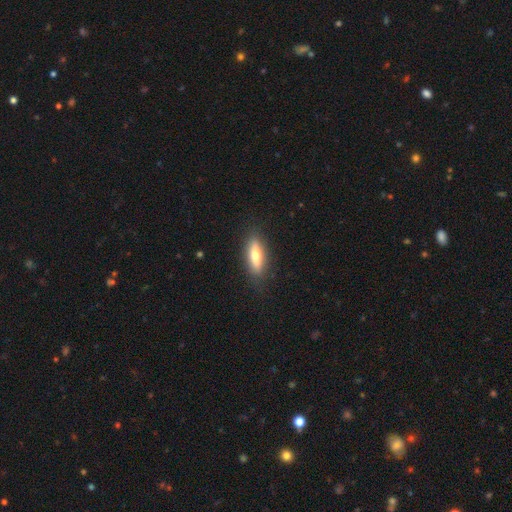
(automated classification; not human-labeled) This appears to be a smooth galaxy with no disk features (63%) that is in between round and cigar-shaped (50%). Merging: none (86%).